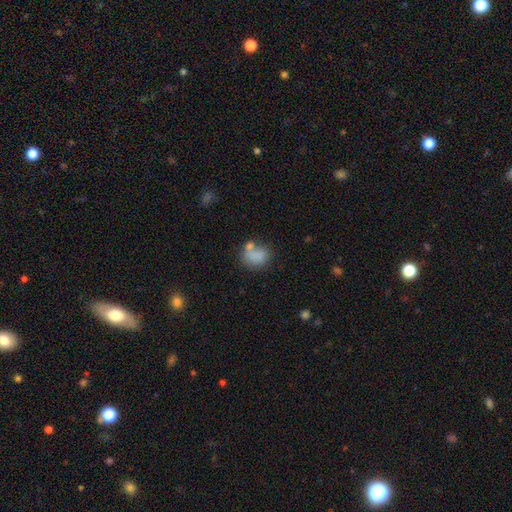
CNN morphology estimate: This appears to be a smooth galaxy with no disk features (77%) that is in between round and cigar-shaped (54%). Merging: none (41%).